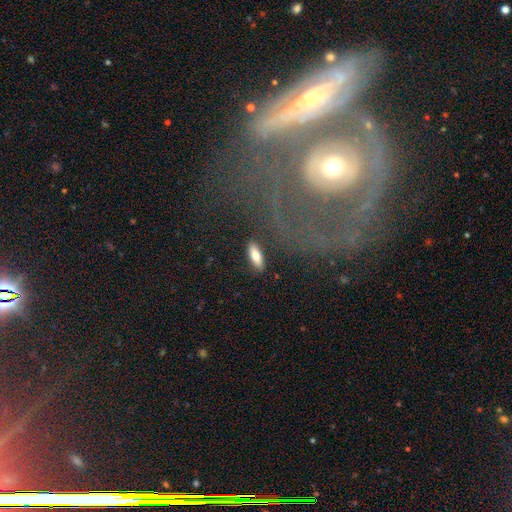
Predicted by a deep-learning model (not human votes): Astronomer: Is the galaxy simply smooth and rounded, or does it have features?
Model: smooth — 76%.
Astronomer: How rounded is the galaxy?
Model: in between — 61% (runner-up: cigar-shaped, 37%).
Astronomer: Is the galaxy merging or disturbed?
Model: none — 86%.